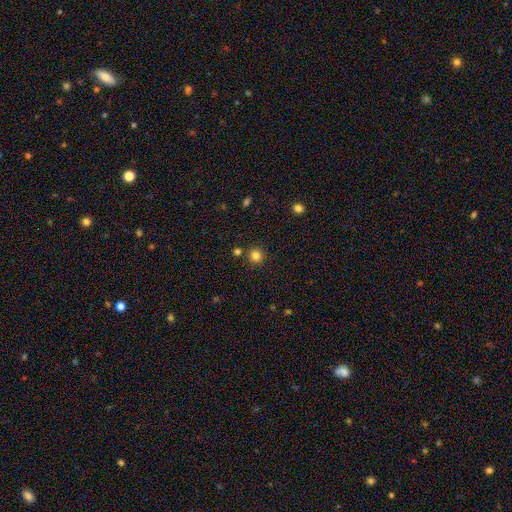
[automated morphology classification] smooth-or-featured: smooth: 82% | star or artifact: 14% | featured or disk: 5%
  how-rounded: round: 94% | in between: 5% | cigar-shaped: 1%
  merging: none: 87% | minor disturbance: 6% | merger: 5% | major disturbance: 2%